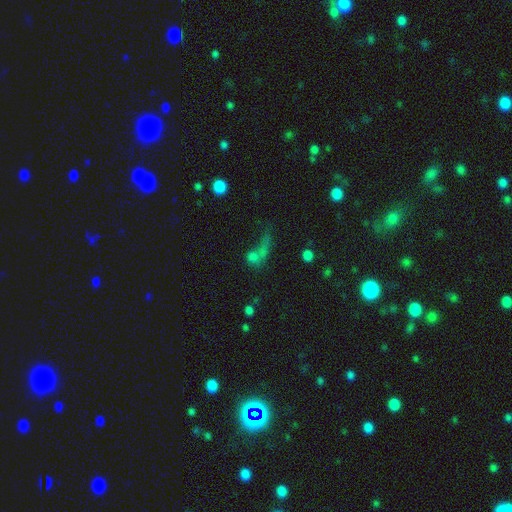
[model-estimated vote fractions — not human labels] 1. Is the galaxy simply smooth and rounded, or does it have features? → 61% smooth, 20% featured or disk, 19% star or artifact.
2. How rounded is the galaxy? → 46% round, 43% in between, 11% cigar-shaped.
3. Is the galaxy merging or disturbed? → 32% merger, 31% major disturbance, 25% none, 11% minor disturbance.